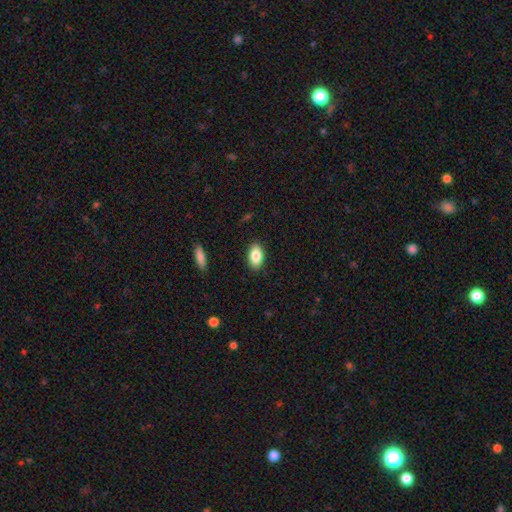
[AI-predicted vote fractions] Overall: smooth (84%). How rounded: in between (92%). Merging: none (88%).